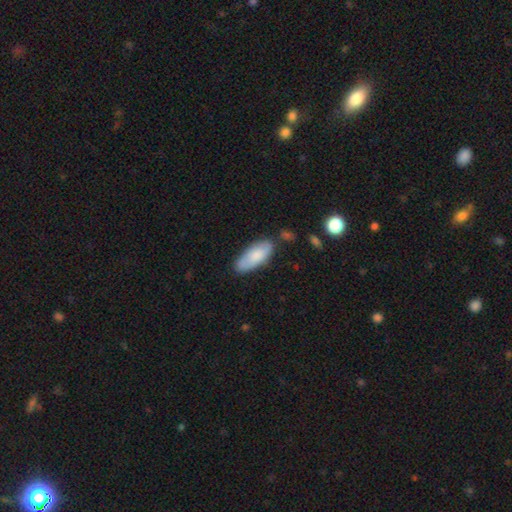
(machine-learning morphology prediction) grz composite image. It shows a smooth galaxy with no disk features (79%) that is in between round and cigar-shaped (81%). Merging: none (72%).